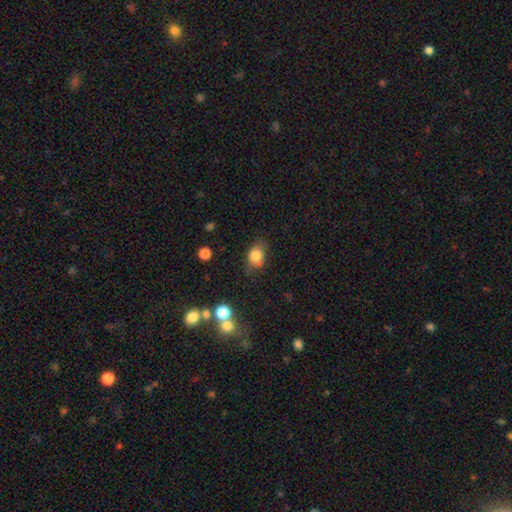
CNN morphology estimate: type=smooth (81%); roundness=in between (69%); merging=none (67%).